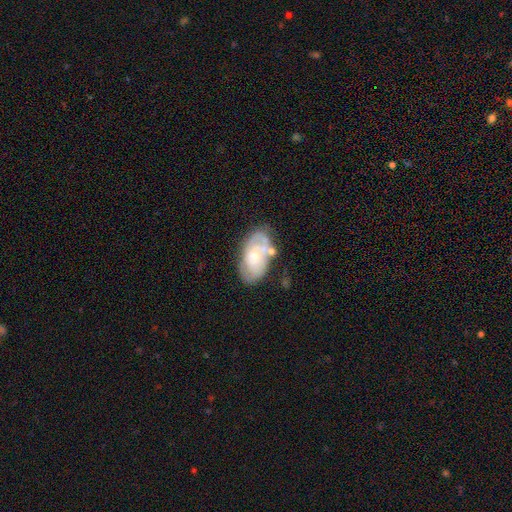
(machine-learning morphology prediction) Smooth or featured? featured or disk (59%)
Edge-on disk? no (95%)
Bar? no (78%)
Spiral arms? yes (61%)
Bulge size? moderate (46%)
Merging? none (53%)